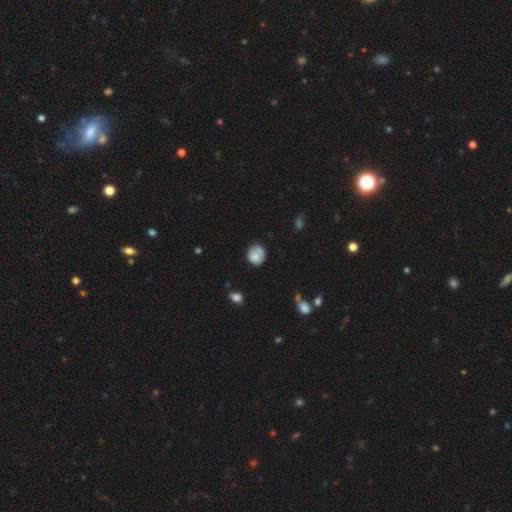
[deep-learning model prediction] Smooth or featured?
  - smooth: 81% *
  - featured or disk: 11%
  - star or artifact: 8%
How rounded?
  - round: 76% *
  - in between: 23%
  - cigar-shaped: 1%
Merging?
  - none: 68% *
  - minor disturbance: 24%
  - major disturbance: 5%
  - merger: 3%